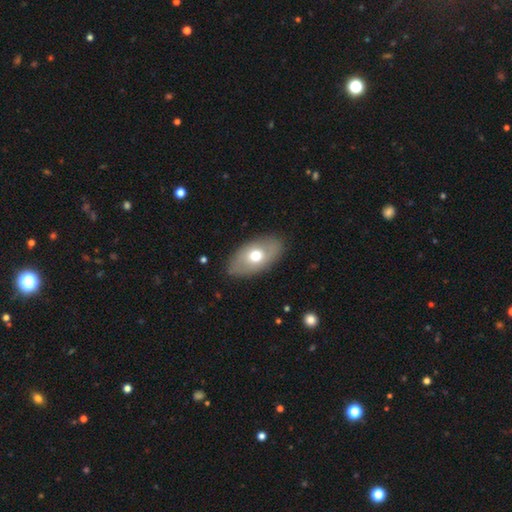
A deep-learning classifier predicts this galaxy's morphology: Overall: smooth (60%; featured or disk 34%). How rounded: in between (92%). Merging: none (85%).